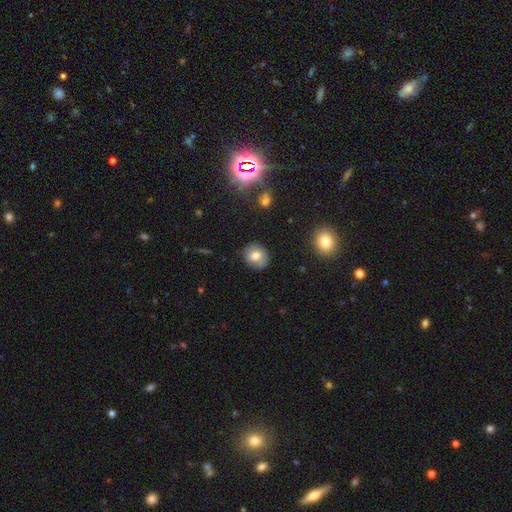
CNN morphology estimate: smooth-or-featured: smooth: 69% | featured or disk: 21% | star or artifact: 11%
  how-rounded: round: 79% | in between: 20% | cigar-shaped: 1%
  merging: none: 81% | minor disturbance: 14% | major disturbance: 3% | merger: 2%